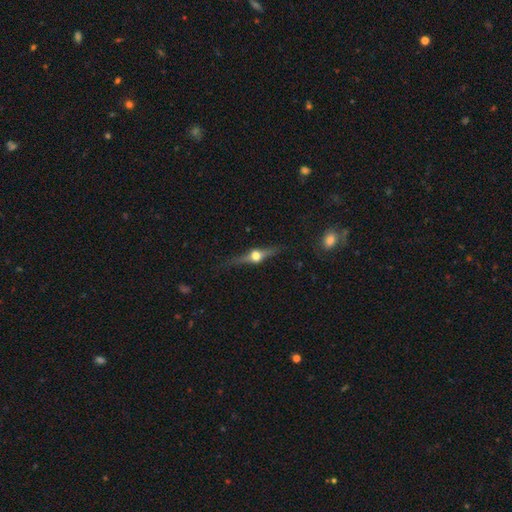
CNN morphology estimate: type=featured or disk (78%); edge-on=yes (97%); edge-on bulge=rounded (97%); merging=none (86%).